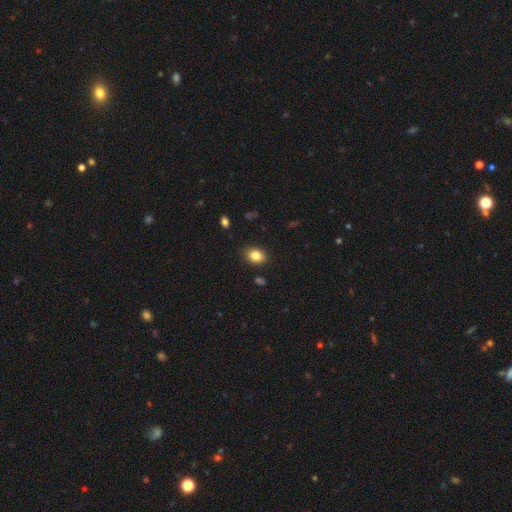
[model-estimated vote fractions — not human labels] smooth_or_featured: smooth (p=0.84) [alt: star or artifact p=0.10]
how_rounded: in between (p=0.64) [alt: round p=0.35]
merging: none (p=0.87) [alt: minor disturbance p=0.09]